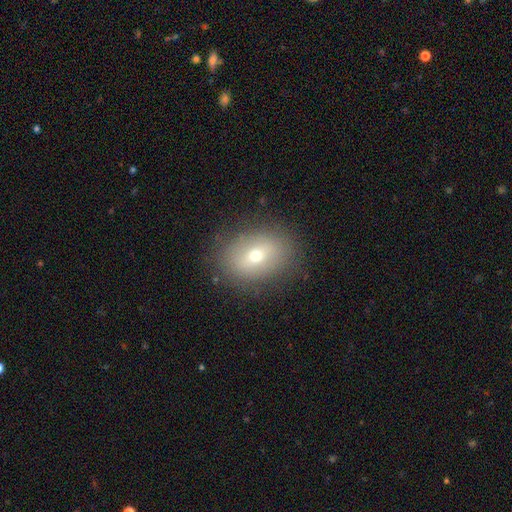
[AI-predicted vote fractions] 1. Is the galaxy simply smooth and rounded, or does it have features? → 59% smooth, 28% featured or disk, 13% star or artifact.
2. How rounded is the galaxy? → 58% in between, 40% round, 1% cigar-shaped.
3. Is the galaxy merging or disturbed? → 85% none, 10% minor disturbance, 4% major disturbance, 1% merger.